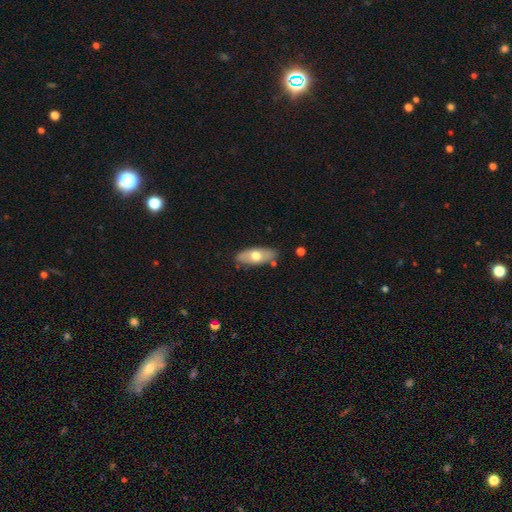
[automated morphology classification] Smooth or featured: smooth — 61% (featured or disk — 33%)
How rounded: in between — 81% (cigar-shaped — 15%)
Merging: none — 83% (minor disturbance — 12%)